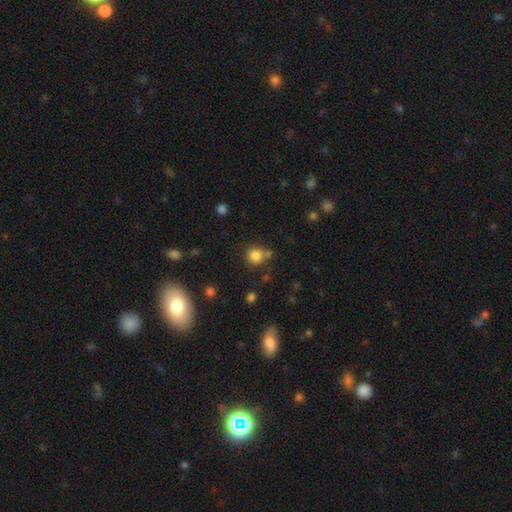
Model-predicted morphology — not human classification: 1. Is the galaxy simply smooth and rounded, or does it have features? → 81% smooth, 13% star or artifact, 6% featured or disk.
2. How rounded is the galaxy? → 89% round, 10% in between, 1% cigar-shaped.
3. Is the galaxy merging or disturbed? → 68% none, 17% merger, 11% minor disturbance, 4% major disturbance.